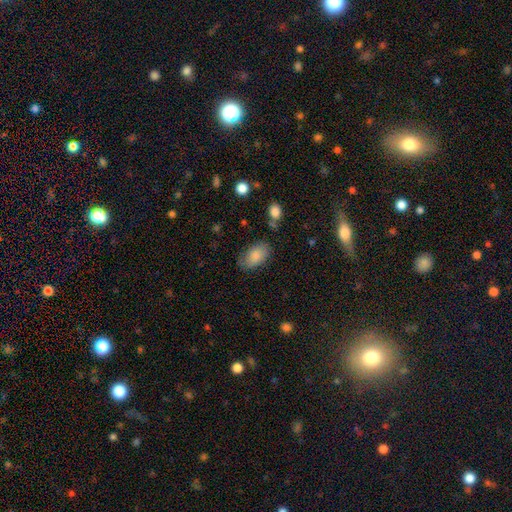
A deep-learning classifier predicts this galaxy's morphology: smooth 85%, featured or disk 8%, star or artifact 7%. Down the decision tree: how rounded — in between (93%); merging — none (73%).